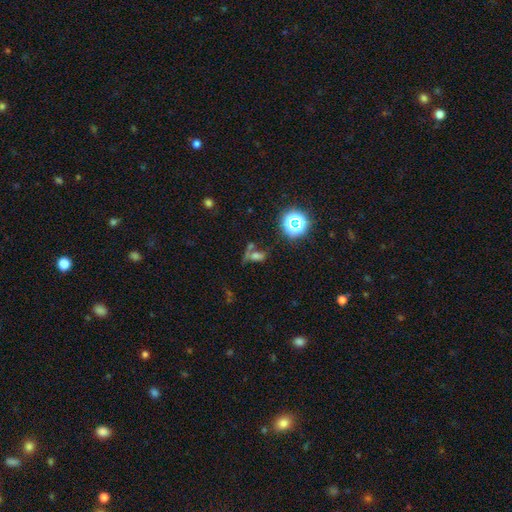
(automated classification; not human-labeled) This appears to be a smooth galaxy with no disk features (54%) that is in between round and cigar-shaped (71%). Merging: none (41%).